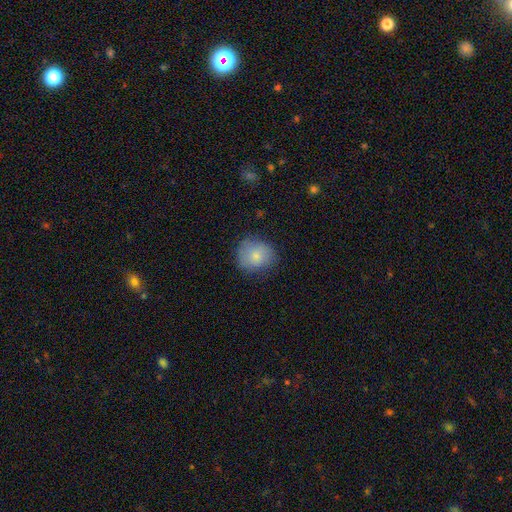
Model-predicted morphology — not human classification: A smooth galaxy with no disk features (82%) that is round (81%). Merging: none (80%).